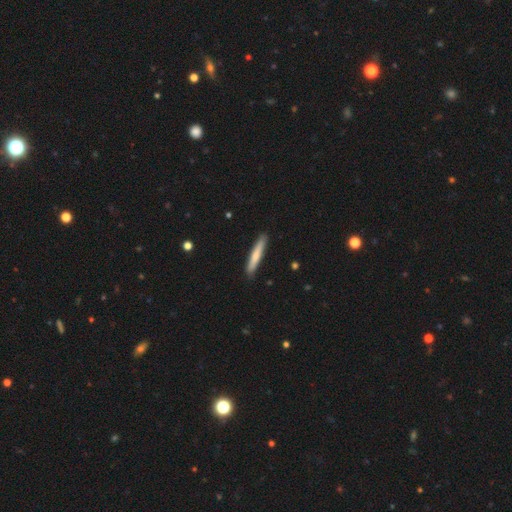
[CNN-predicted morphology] smooth_or_featured: smooth (p=0.70) [alt: featured or disk p=0.25]
how_rounded: cigar-shaped (p=0.94) [alt: in between p=0.05]
merging: none (p=0.89) [alt: minor disturbance p=0.08]